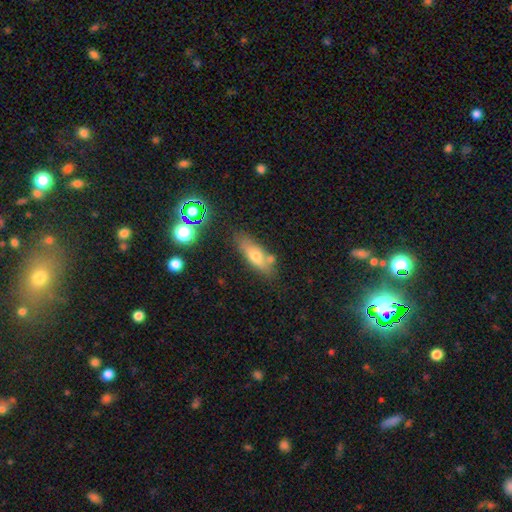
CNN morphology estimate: Smooth or featured? Predicted: smooth (p=0.63). How rounded? Predicted: in between (p=0.58). Merging? Predicted: none (p=0.68).